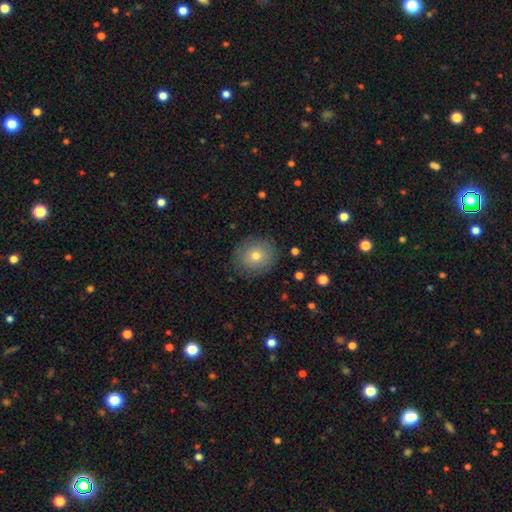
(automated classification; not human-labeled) A smooth galaxy with no disk features (71%) that is round (78%).

Vote fractions:
- Smooth or featured? smooth: 71% / featured or disk: 19% / star or artifact: 10%
- How rounded? round: 78% / in between: 21% / cigar-shaped: 1%
- Merging? none: 85% / minor disturbance: 11% / major disturbance: 3% / merger: 1%